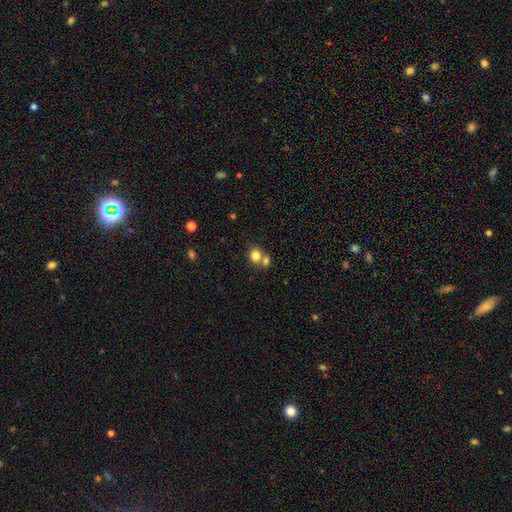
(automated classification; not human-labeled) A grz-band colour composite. It shows a smooth galaxy with no disk features (81%) that is round (65%). Merging: none (46%).